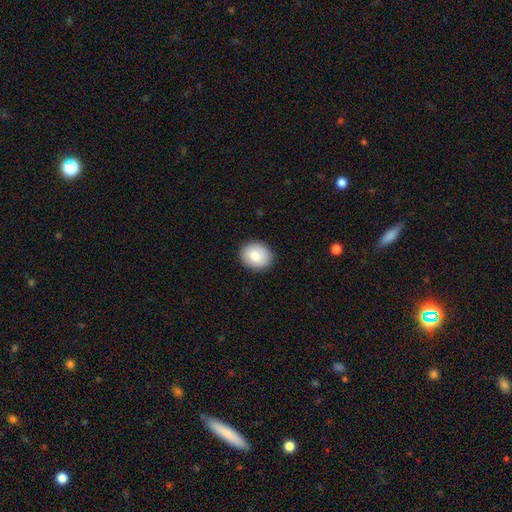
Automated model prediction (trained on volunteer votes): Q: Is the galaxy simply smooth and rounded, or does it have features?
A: smooth — 84%.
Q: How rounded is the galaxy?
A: round — 67%.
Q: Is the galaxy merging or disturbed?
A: none — 90%.